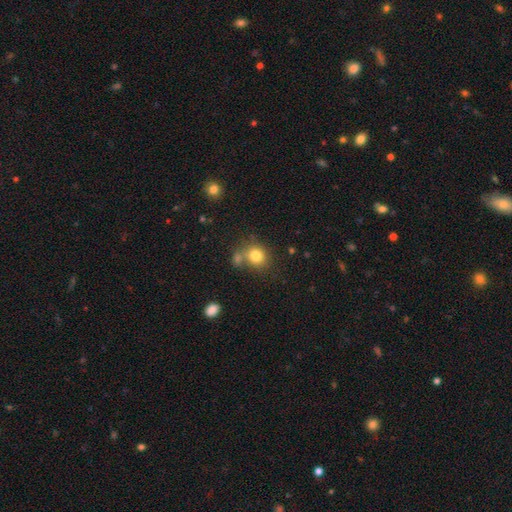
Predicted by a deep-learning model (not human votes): A smooth galaxy with no disk features (79%) that is round (78%).

Vote fractions:
- Smooth or featured? smooth: 79% / star or artifact: 12% / featured or disk: 9%
- How rounded? round: 78% / in between: 21% / cigar-shaped: 1%
- Merging? none: 62% / merger: 22% / minor disturbance: 11% / major disturbance: 4%